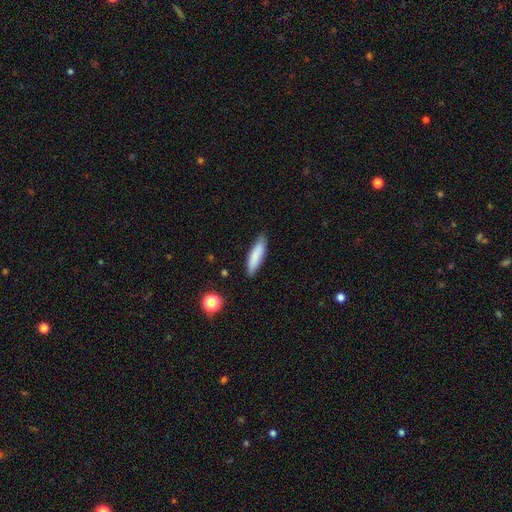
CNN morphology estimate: Smooth or featured? Predicted: smooth (p=0.83). How rounded? Predicted: cigar-shaped (p=0.66). Merging? Predicted: none (p=0.80).